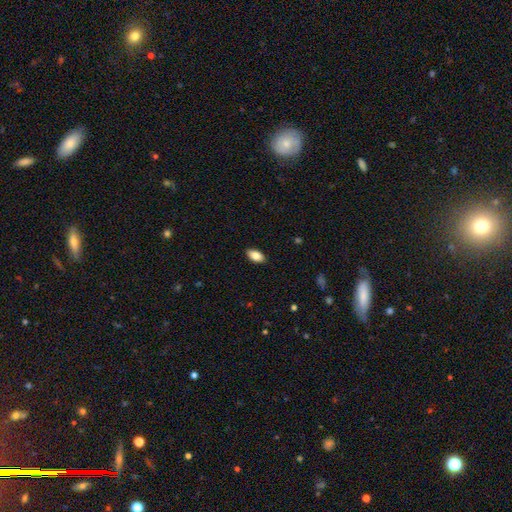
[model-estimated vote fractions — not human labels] The model was most divided on "smooth or featured": smooth: 87%, star or artifact: 7%, featured or disk: 6%. More confident: how rounded — in between (92%); merging — none (89%).